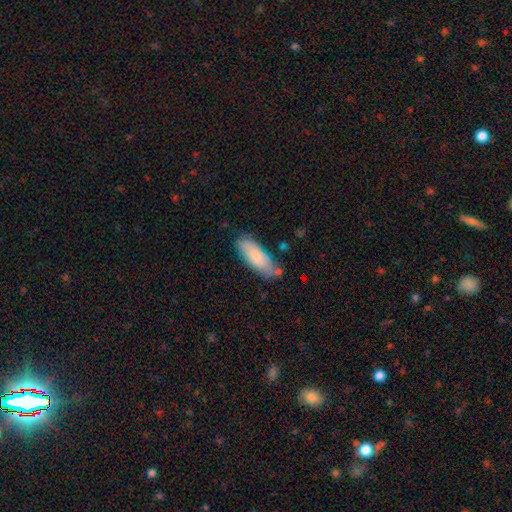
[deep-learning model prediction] Smooth or featured? smooth (82%)
How rounded? in between (66%)
Merging? none (71%)